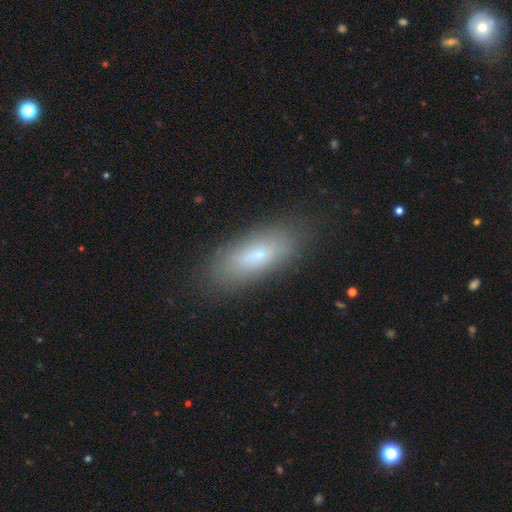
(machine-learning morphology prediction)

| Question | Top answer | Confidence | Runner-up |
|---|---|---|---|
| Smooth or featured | smooth | 62% | featured or disk (28%) |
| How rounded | in between | 70% | cigar-shaped (26%) |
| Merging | none | 82% | minor disturbance (13%) |